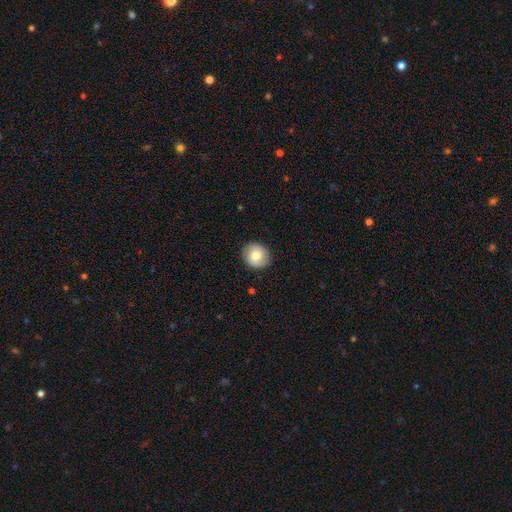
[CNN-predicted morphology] A smooth galaxy with no disk features (72%) that is round (82%). Merging: none (88%).